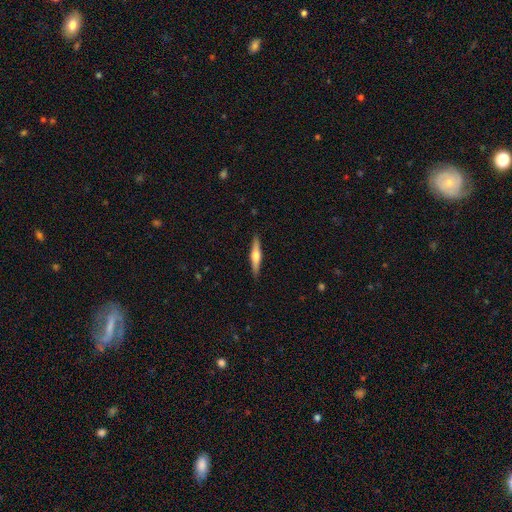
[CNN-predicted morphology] This appears to be a featured or disk galaxy (54%) viewed edge-on (96%) with a rounded central bulge (88%). Merging: none (90%).